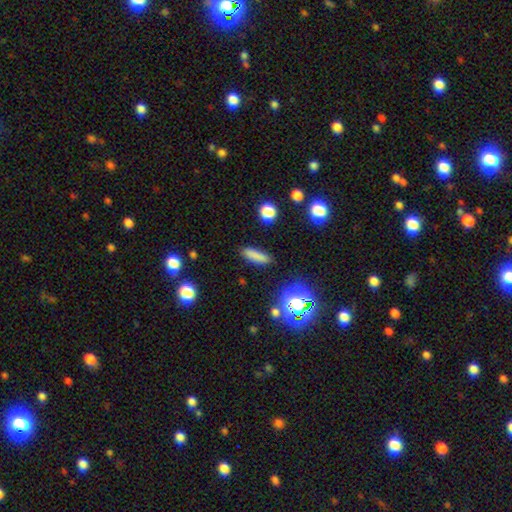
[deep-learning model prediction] smooth_or_featured: smooth (p=0.80) [alt: star or artifact p=0.12]
how_rounded: cigar-shaped (p=0.59) [alt: in between p=0.38]
merging: none (p=0.86) [alt: minor disturbance p=0.09]